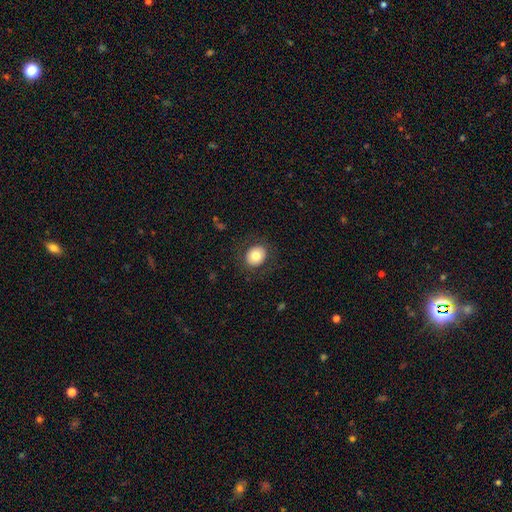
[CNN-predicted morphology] This is likely a smooth galaxy (77%). How rounded: likely round (67%). Merging: clearly none (85%).